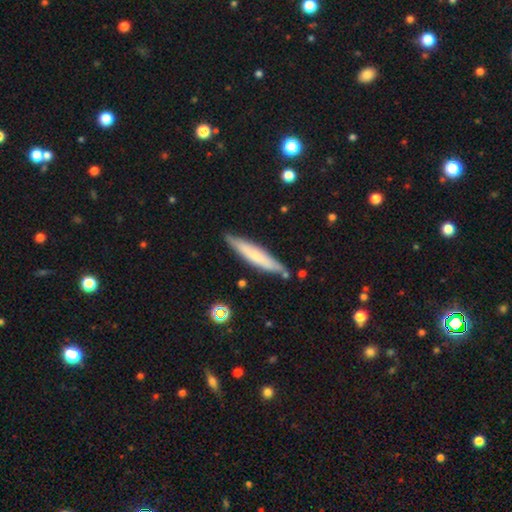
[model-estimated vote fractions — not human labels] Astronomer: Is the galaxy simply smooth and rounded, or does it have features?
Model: smooth — 63%.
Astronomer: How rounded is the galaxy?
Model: cigar-shaped — 90%.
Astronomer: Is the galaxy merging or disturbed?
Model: none — 82%.